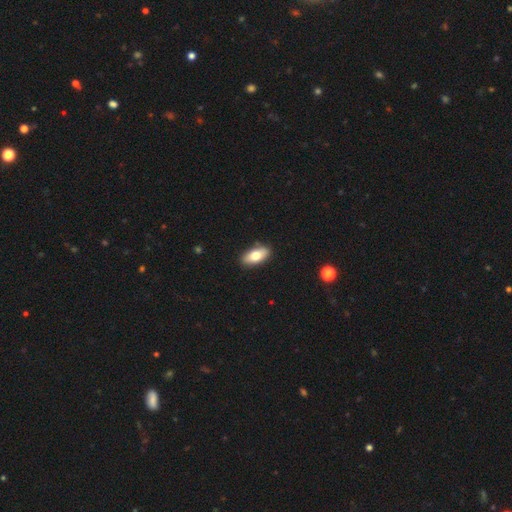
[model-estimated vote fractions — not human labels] Overall: smooth (75%). How rounded: in between (89%). Merging: none (87%).